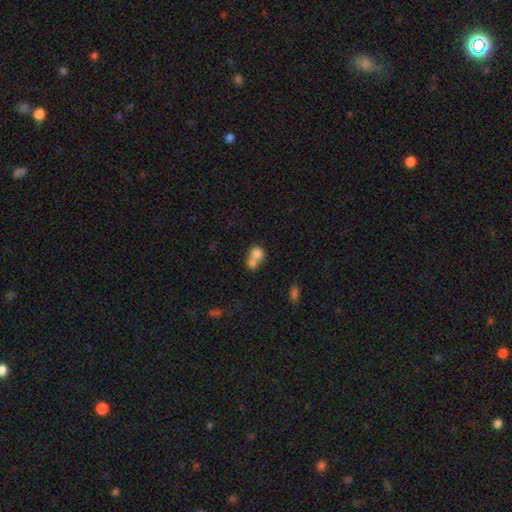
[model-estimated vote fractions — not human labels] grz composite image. It shows a smooth galaxy with no disk features (77%) that is round (72%). Merging: merger (65%).